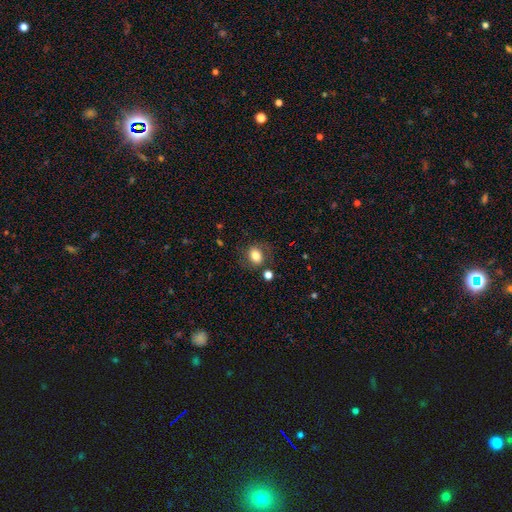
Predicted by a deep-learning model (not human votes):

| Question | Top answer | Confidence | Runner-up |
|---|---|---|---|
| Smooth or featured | smooth | 78% | featured or disk (13%) |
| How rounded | in between | 56% | round (43%) |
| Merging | none | 72% | minor disturbance (16%) |